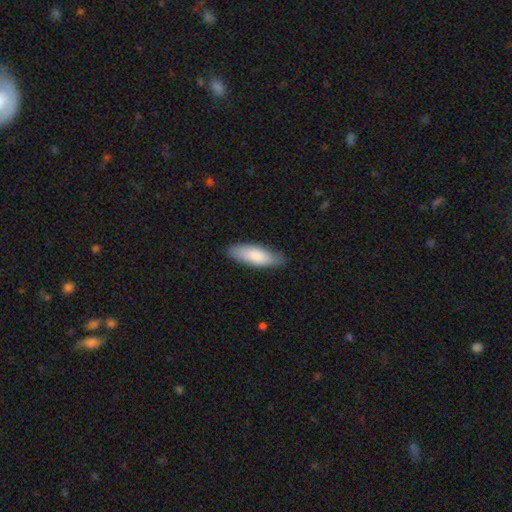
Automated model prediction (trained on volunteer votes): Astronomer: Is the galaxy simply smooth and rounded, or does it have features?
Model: smooth — 83%.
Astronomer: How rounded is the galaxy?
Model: in between — 57% (runner-up: cigar-shaped, 41%).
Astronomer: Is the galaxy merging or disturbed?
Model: none — 85%.